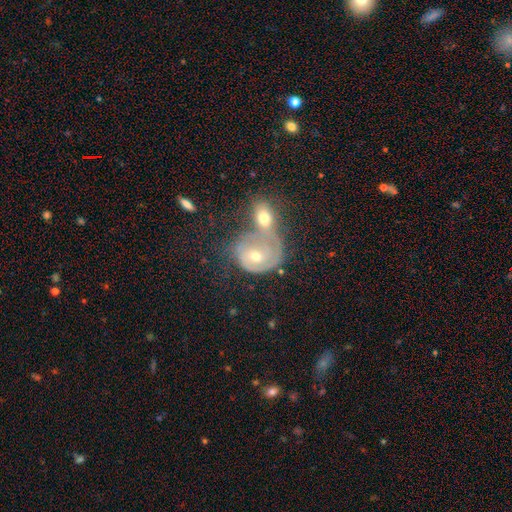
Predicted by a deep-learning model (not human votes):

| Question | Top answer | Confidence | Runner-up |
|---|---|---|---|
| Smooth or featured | featured or disk | 65% | smooth (25%) |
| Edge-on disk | no | 95% | yes (5%) |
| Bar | no | 71% | weak (22%) |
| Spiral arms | yes | 66% | no (34%) |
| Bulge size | moderate | 59% | small (36%) |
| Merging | merger | 53% | none (32%) |